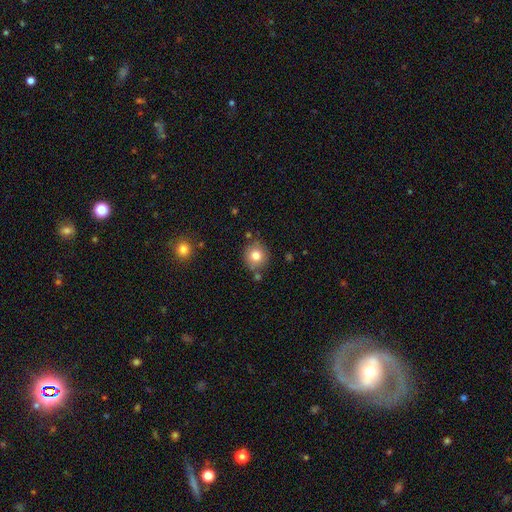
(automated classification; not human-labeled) A smooth galaxy with no disk features (78%) that is round (90%).

Vote fractions:
- Smooth or featured? smooth: 78% / featured or disk: 11% / star or artifact: 11%
- How rounded? round: 90% / in between: 9% / cigar-shaped: 1%
- Merging? none: 80% / minor disturbance: 11% / merger: 7% / major disturbance: 3%